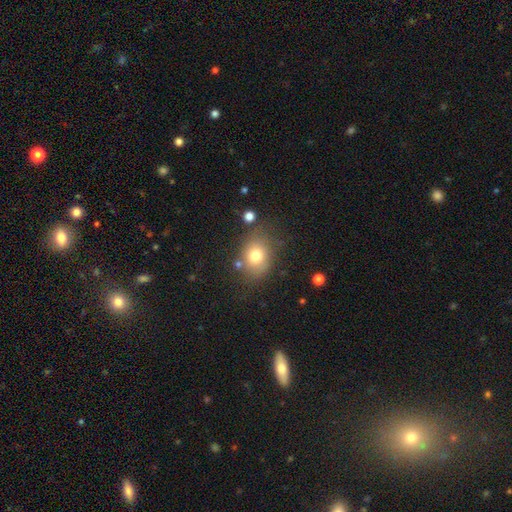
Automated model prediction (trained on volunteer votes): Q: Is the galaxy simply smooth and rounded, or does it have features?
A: smooth — 75%.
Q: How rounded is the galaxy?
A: in between — 51%.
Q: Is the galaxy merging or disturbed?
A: none — 70%.